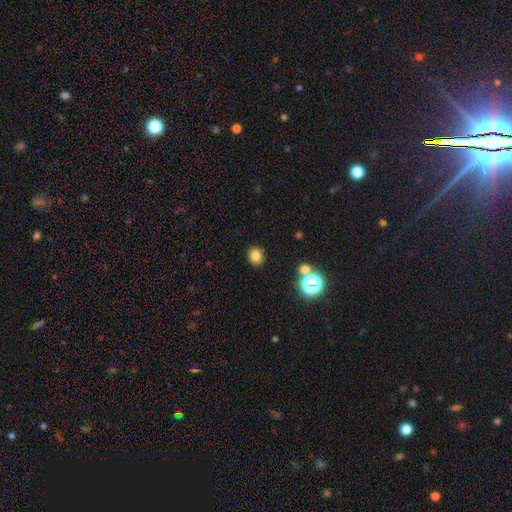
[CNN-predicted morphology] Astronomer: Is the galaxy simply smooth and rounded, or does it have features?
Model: smooth — 79%.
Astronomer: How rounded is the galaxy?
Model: round — 75%.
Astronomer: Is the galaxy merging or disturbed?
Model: none — 88%.